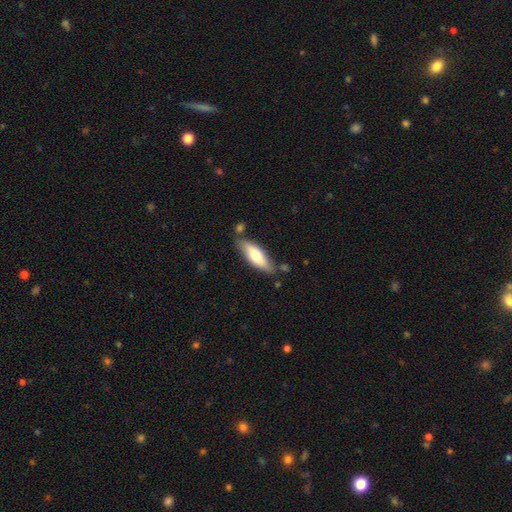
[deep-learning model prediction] Smooth or featured: smooth — 67% (featured or disk — 28%)
How rounded: in between — 59% (cigar-shaped — 39%)
Merging: none — 72% (minor disturbance — 18%)